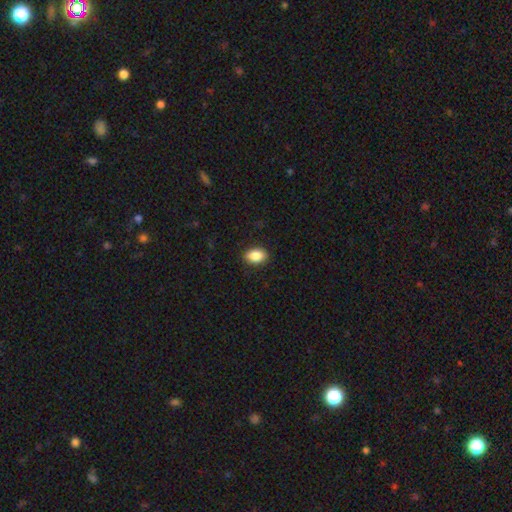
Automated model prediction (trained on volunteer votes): The model was most divided on "how rounded": in between: 86%, round: 13%, cigar-shaped: 1%. More confident: merging — none (90%); smooth or featured — smooth (87%).